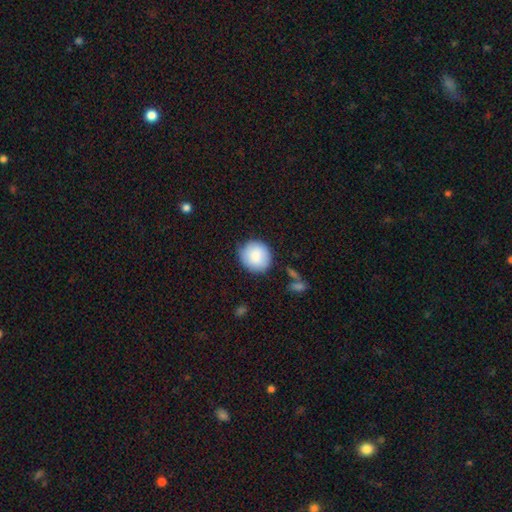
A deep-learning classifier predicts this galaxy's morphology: smooth_or_featured: smooth (p=0.85) [alt: featured or disk p=0.08]
how_rounded: round (p=0.88) [alt: in between p=0.11]
merging: none (p=0.80) [alt: minor disturbance p=0.14]